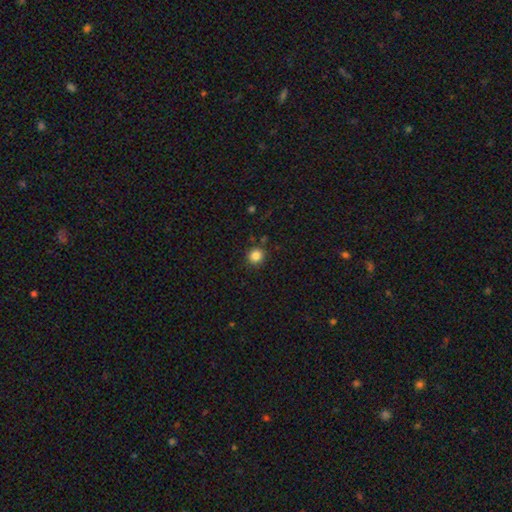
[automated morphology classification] Smooth or featured? Predicted: smooth (p=0.85). How rounded? Predicted: round (p=0.93). Merging? Predicted: none (p=0.88).